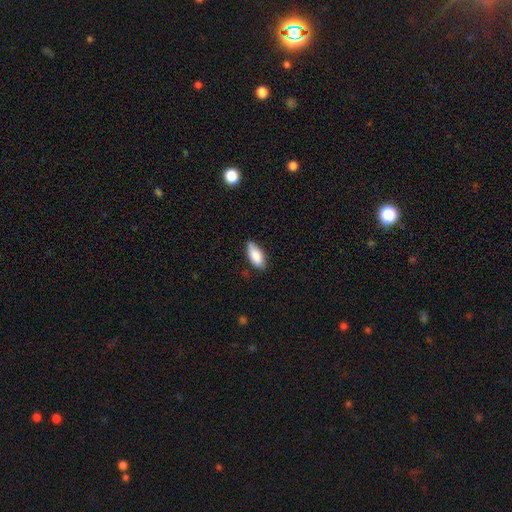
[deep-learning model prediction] smooth-or-featured: smooth: 85% | featured or disk: 9% | star or artifact: 6%
  how-rounded: in between: 86% | cigar-shaped: 12% | round: 2%
  merging: none: 74% | minor disturbance: 22% | major disturbance: 3% | merger: 1%